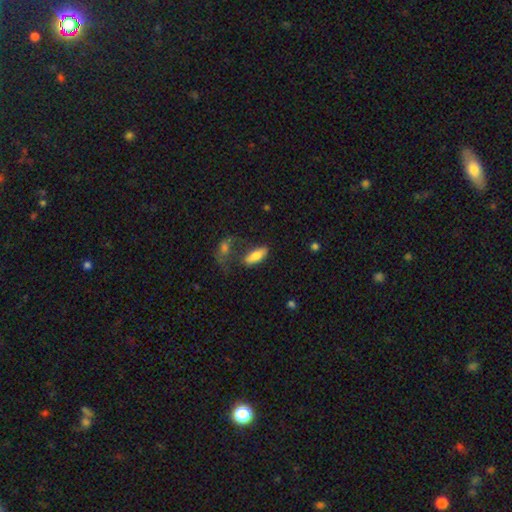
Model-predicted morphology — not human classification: This appears to be a smooth galaxy with no disk features (77%) that is in between round and cigar-shaped (71%). Merging: none (56%).